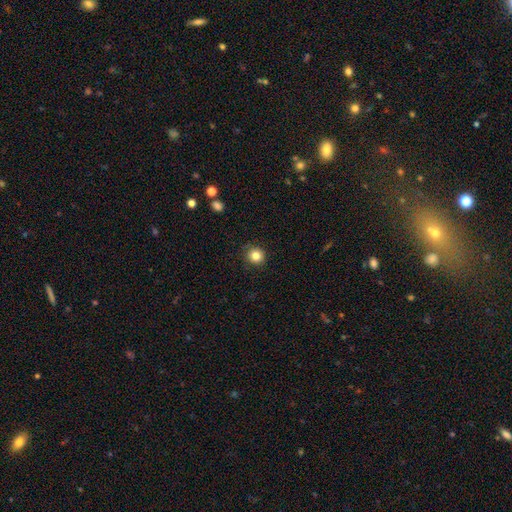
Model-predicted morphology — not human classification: Smooth or featured? smooth (83%)
How rounded? round (93%)
Merging? none (89%)